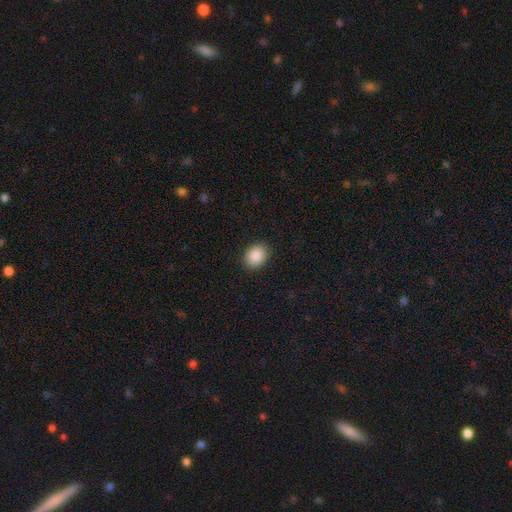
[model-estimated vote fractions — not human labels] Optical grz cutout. It shows a smooth galaxy with no disk features (89%) that is round (51%). Merging: none (89%).